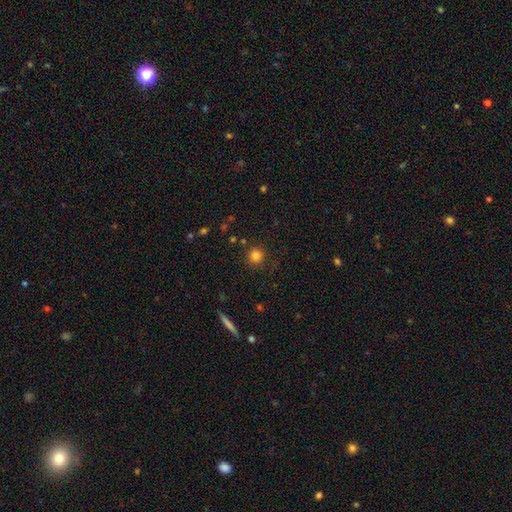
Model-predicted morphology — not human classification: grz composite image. It shows a smooth galaxy with no disk features (82%) that is round (93%). Merging: none (86%).